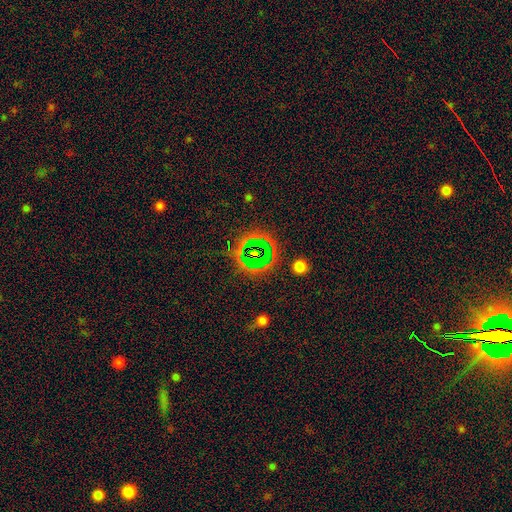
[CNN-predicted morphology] Smooth or featured? star or artifact (66%)